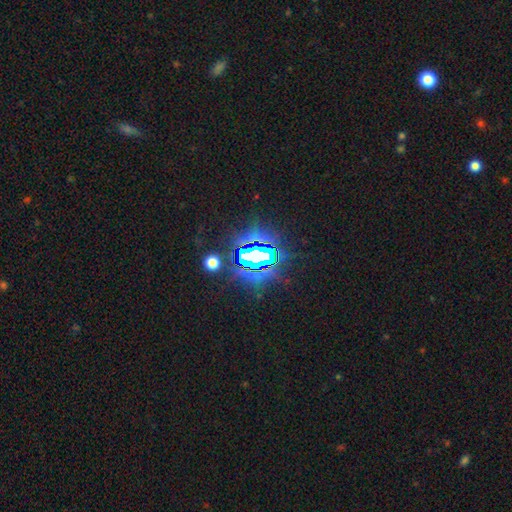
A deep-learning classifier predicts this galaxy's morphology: smooth_or_featured: star or artifact (p=0.76) [alt: smooth p=0.13]